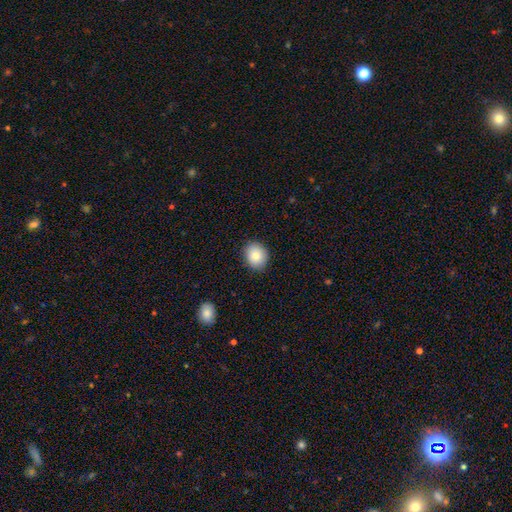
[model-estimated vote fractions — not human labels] smooth 82%, featured or disk 9%, star or artifact 8%. Down the decision tree: how rounded — round (64%); merging — none (88%).